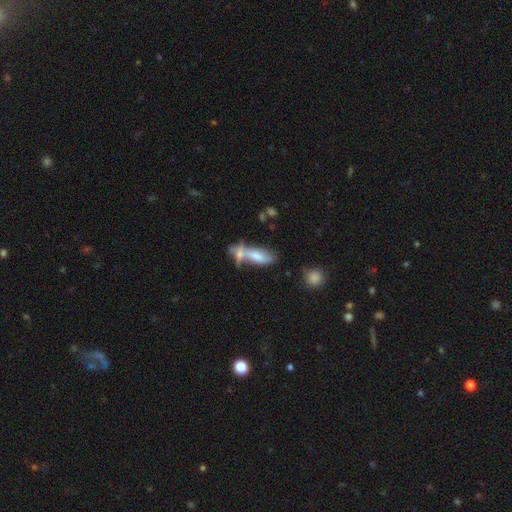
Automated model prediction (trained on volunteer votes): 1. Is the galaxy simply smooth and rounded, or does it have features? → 67% smooth, 25% featured or disk, 9% star or artifact.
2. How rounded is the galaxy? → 62% in between, 35% cigar-shaped, 3% round.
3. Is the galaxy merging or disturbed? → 53% merger, 28% none, 12% minor disturbance, 8% major disturbance.